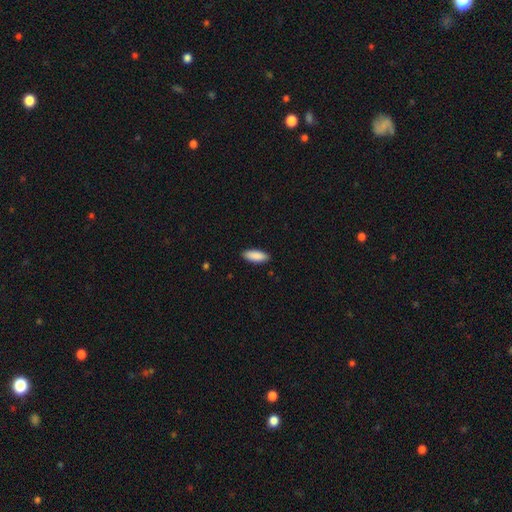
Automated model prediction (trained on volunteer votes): Morphology: type=smooth (90%); roundness=in between (74%); merging=none (90%).